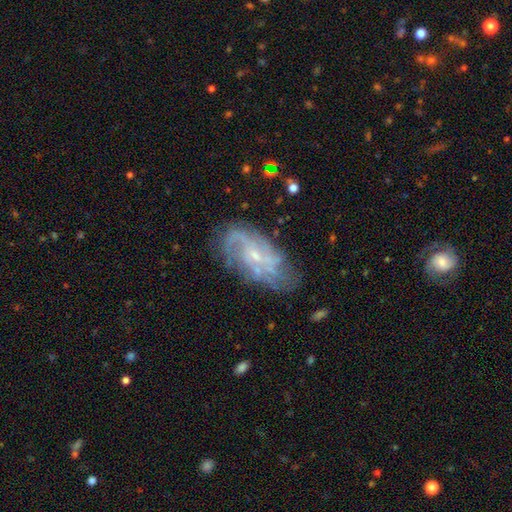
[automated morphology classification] Q: Smooth or featured?
A: featured or disk (79%); runner-up: smooth (13%)
Q: Edge-on disk?
A: no (95%); runner-up: yes (5%)
Q: Bar?
A: no (54%); runner-up: weak (39%)
Q: Spiral arms?
A: yes (90%); runner-up: no (10%)
Q: Spiral winding?
A: medium (41%); runner-up: tight (35%)
Q: Spiral arm count?
A: can't tell (38%); runner-up: 2 (28%)
Q: Bulge size?
A: small (74%); runner-up: moderate (18%)
Q: Merging?
A: none (66%); runner-up: minor disturbance (21%)